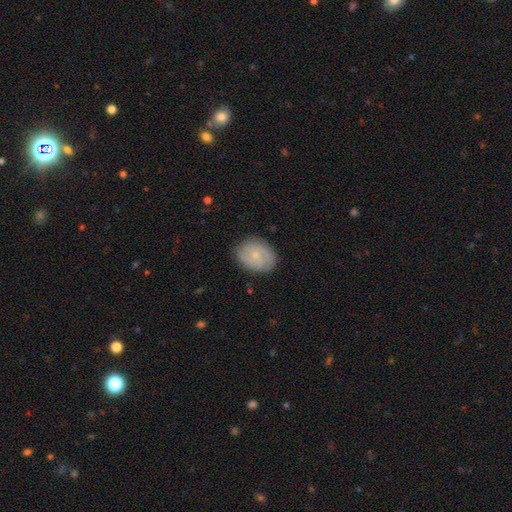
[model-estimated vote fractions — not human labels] Smooth or featured?
  - featured or disk: 52% *
  - smooth: 41%
  - star or artifact: 7%
Edge-on disk?
  - no: 97% *
  - yes: 3%
Bar?
  - no: 74% *
  - weak: 23%
  - strong: 3%
Spiral arms?
  - yes: 85% *
  - no: 15%
Bulge size?
  - small: 73% *
  - moderate: 20%
  - none: 5%
  - large: 1%
  - dominant: 1%
Merging?
  - none: 80% *
  - minor disturbance: 15%
  - major disturbance: 4%
  - merger: 1%